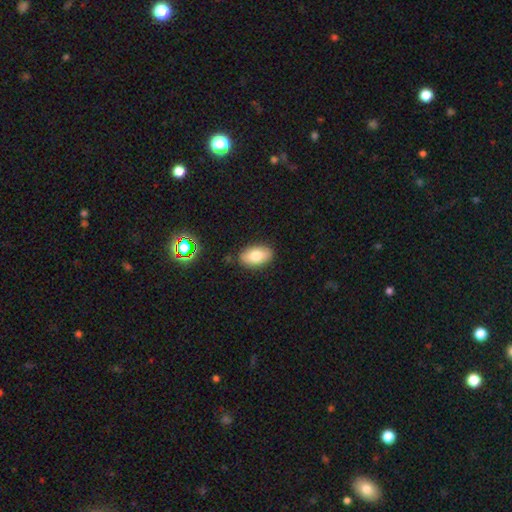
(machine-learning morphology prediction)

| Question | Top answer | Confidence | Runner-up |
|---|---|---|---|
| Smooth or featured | smooth | 79% | featured or disk (12%) |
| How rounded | in between | 92% | round (6%) |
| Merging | none | 85% | minor disturbance (11%) |